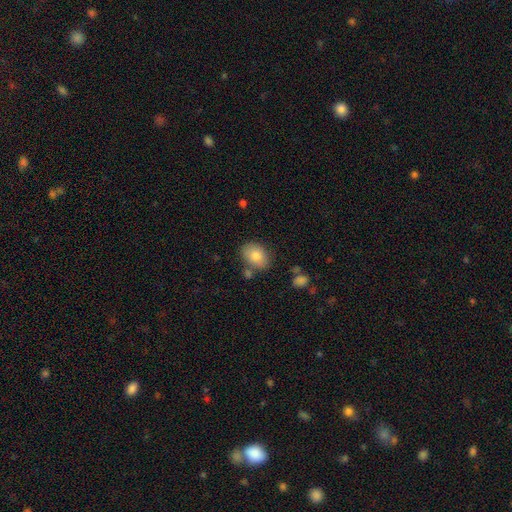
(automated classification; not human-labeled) The model was most divided on "how rounded": in between: 72%, round: 27%, cigar-shaped: 1%. More confident: smooth or featured — smooth (81%); merging — none (73%).